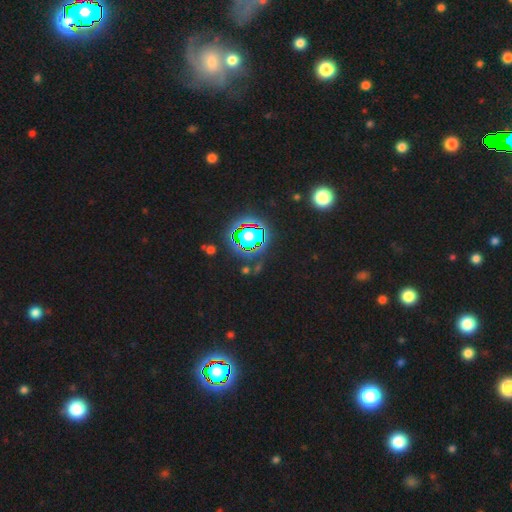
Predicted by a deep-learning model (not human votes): Morphology: type=star or artifact (78%).